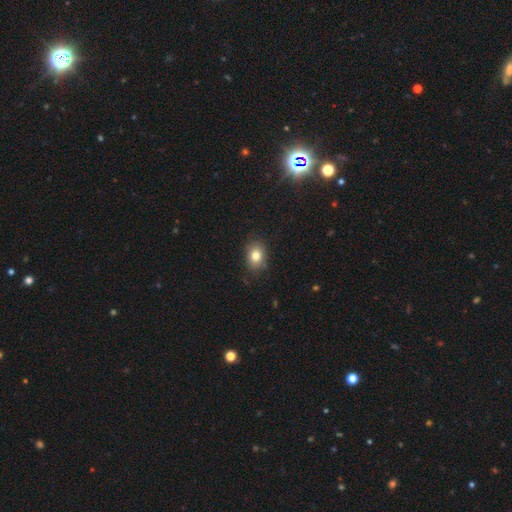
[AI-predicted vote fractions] Smooth or featured? Predicted: smooth (p=0.80). How rounded? Predicted: in between (p=0.60). Merging? Predicted: none (p=0.81).